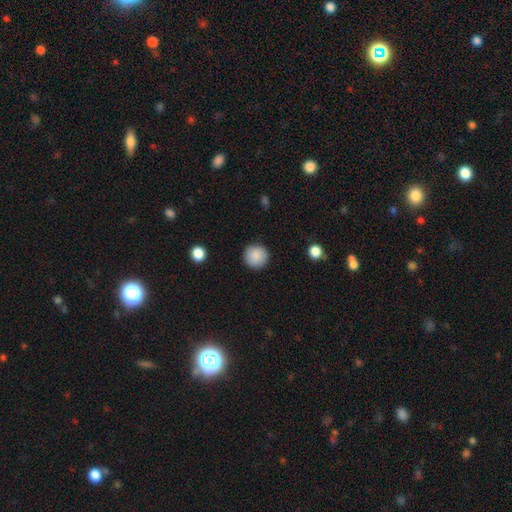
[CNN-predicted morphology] type=smooth (88%); roundness=round (95%); merging=none (90%).